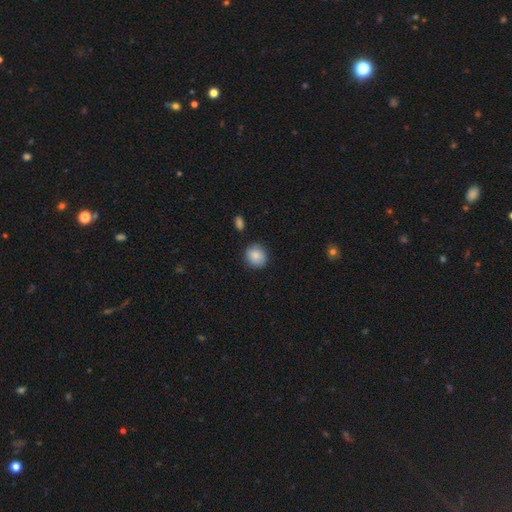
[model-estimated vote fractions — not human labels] Overall: smooth (87%). How rounded: round (80%). Merging: none (85%).